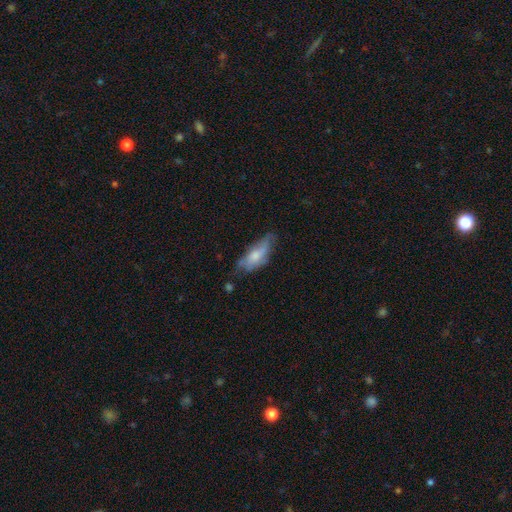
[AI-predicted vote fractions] smooth_or_featured: smooth (p=0.53) [alt: featured or disk p=0.39]
how_rounded: in between (p=0.74) [alt: cigar-shaped p=0.23]
merging: none (p=0.44) [alt: minor disturbance p=0.35]